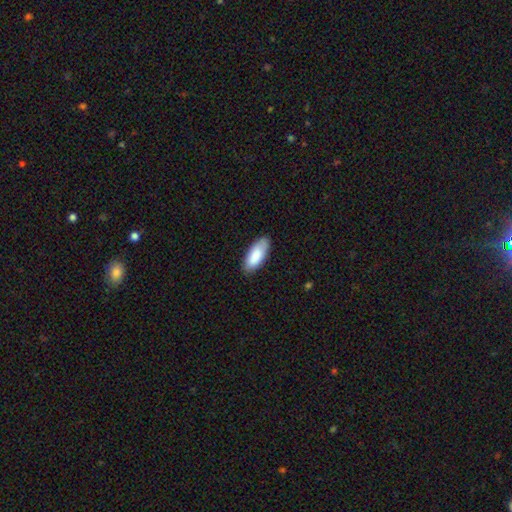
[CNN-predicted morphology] Smooth or featured? smooth (86%)
How rounded? in between (84%)
Merging? none (85%)